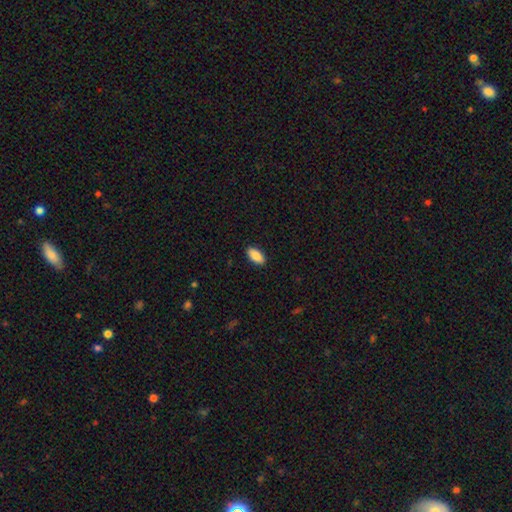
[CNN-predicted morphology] type=smooth (90%); roundness=in between (92%); merging=none (90%).